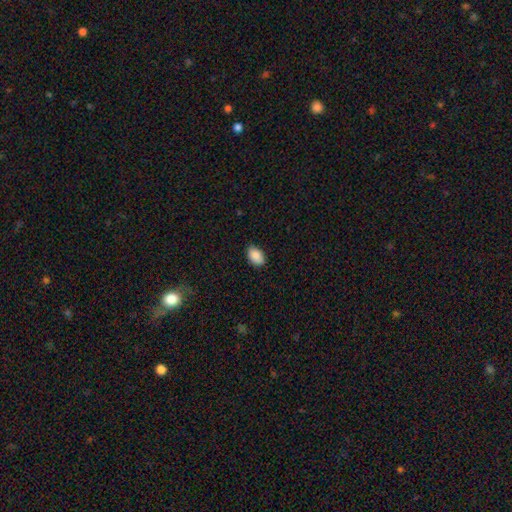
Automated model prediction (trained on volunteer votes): Smooth or featured? Predicted: smooth (p=0.88). How rounded? Predicted: in between (p=0.88). Merging? Predicted: none (p=0.82).